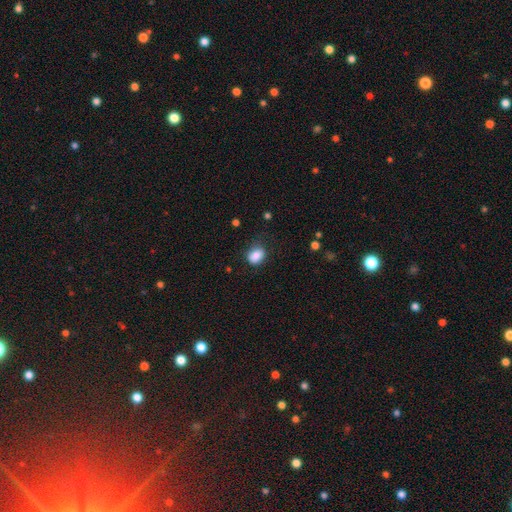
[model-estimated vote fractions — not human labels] This is clearly a smooth galaxy (86%). How rounded: likely in between (61%). Merging: likely none (70%).